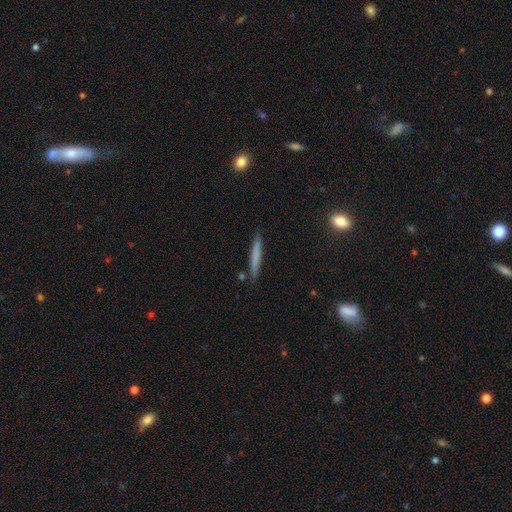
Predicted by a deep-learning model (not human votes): Smooth or featured?
  - smooth: 67% *
  - featured or disk: 26%
  - star or artifact: 6%
How rounded?
  - cigar-shaped: 96% *
  - in between: 3%
  - round: 1%
Merging?
  - none: 87% *
  - minor disturbance: 9%
  - merger: 2%
  - major disturbance: 2%